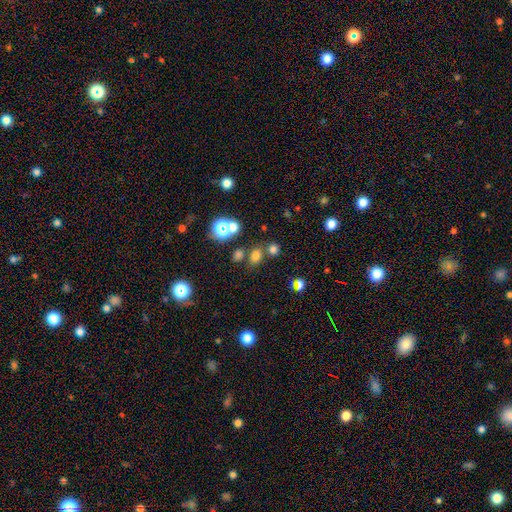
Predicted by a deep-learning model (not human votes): Overall: smooth (67%). How rounded: in between (54%; round 44%). Merging: none (67%).